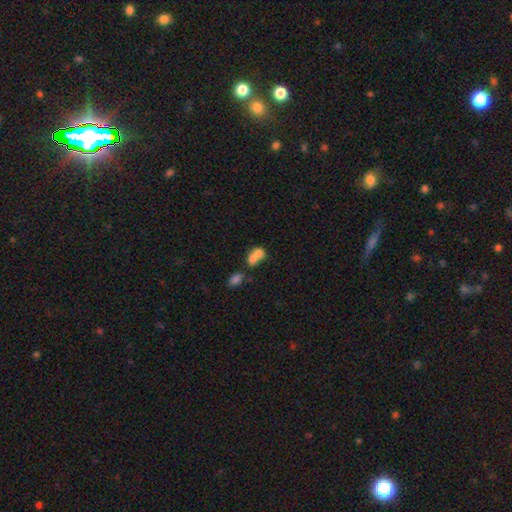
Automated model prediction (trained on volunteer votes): This is likely a smooth galaxy (71%). How rounded: possibly in between (58%). Merging: likely merger (71%).